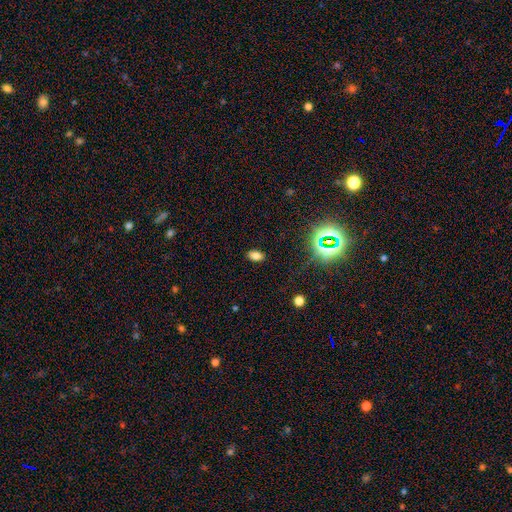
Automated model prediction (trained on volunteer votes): A smooth galaxy with no disk features (73%) that is in between round and cigar-shaped (88%).

Vote fractions:
- Smooth or featured? smooth: 73% / star or artifact: 19% / featured or disk: 8%
- How rounded? in between: 88% / round: 10% / cigar-shaped: 2%
- Merging? none: 87% / minor disturbance: 9% / major disturbance: 3% / merger: 1%